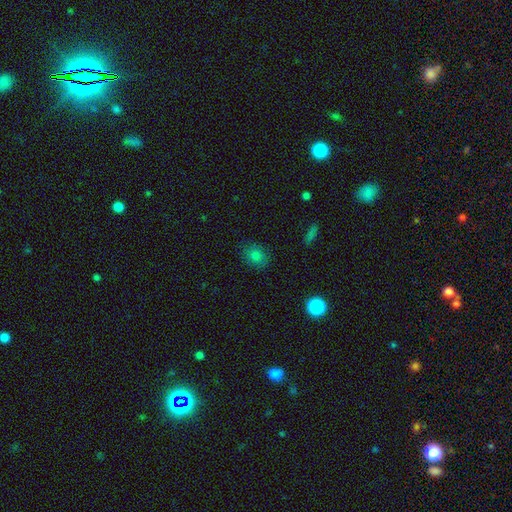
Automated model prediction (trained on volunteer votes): The model was most divided on "how rounded": round: 53%, in between: 46%, cigar-shaped: 1%. More confident: merging — none (82%); smooth or featured — smooth (79%).